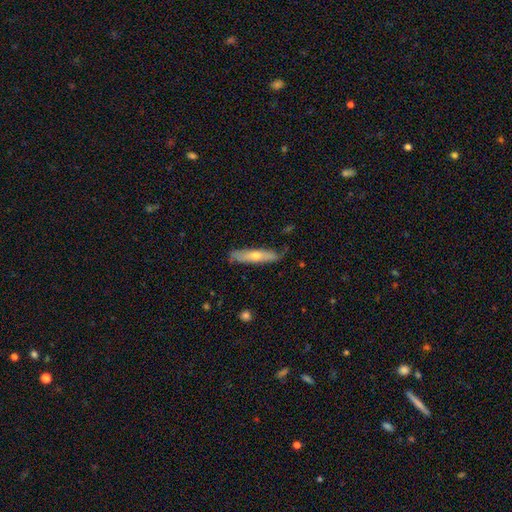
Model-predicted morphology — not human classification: Smooth or featured? featured or disk (48%)
Merging? none (80%)